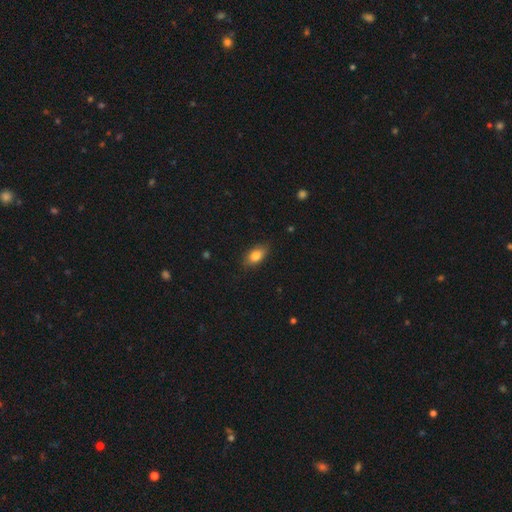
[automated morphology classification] A smooth galaxy with no disk features (81%) that is in between round and cigar-shaped (86%). Merging: none (83%).